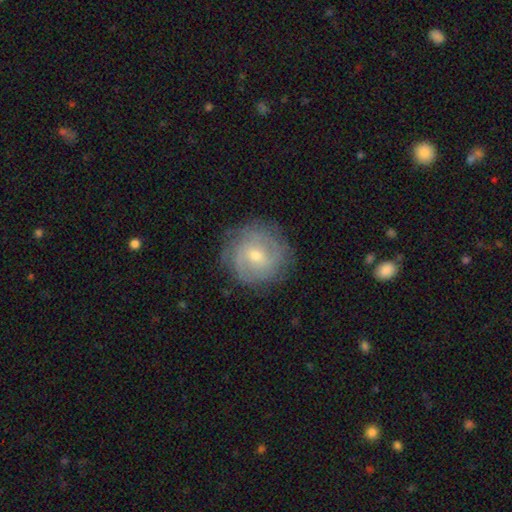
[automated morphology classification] Overall: featured or disk (70%). Edge-on disk: no (97%). Bar: weak (48%; no 42%). Spiral arms: yes (88%). Spiral arm count: can't tell (39%; 2 28%). Spiral winding: tight (60%; medium 30%). Bulge size: moderate (50%; small 46%). Merging: none (81%).